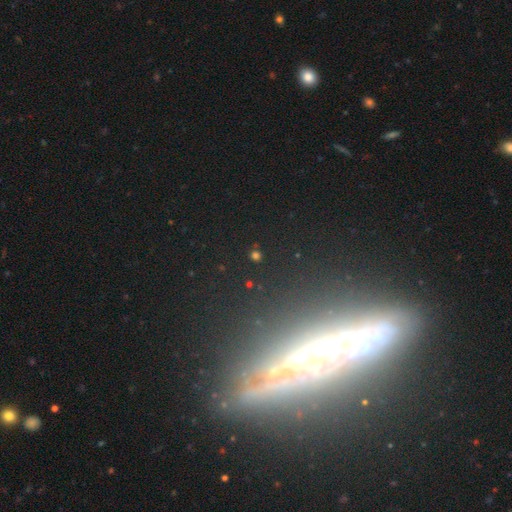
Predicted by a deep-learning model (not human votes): Morphology: type=star or artifact (52%).